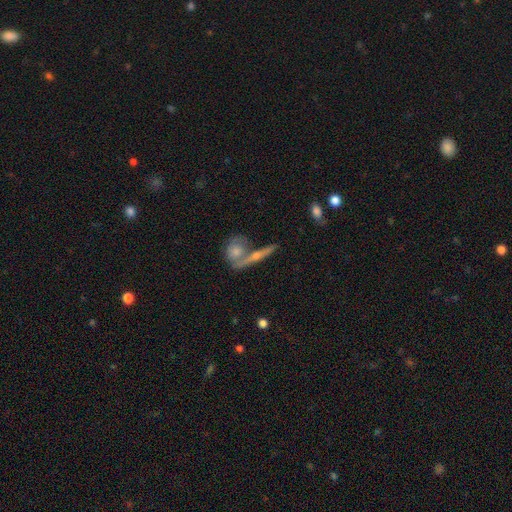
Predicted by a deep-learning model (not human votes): smooth-or-featured: featured or disk: 41% | smooth: 35% | star or artifact: 25%
  merging: merger: 46% | none: 29% | major disturbance: 14% | minor disturbance: 12%